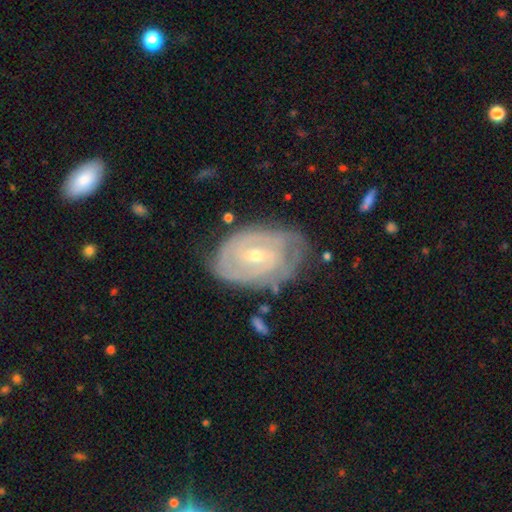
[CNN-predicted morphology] smooth_or_featured: featured or disk (p=0.84) [alt: smooth p=0.11]
disk_edge_on: no (p=0.96) [alt: yes p=0.04]
bar: weak (p=0.53) [alt: no p=0.30]
has_spiral_arms: yes (p=0.92) [alt: no p=0.08]
spiral_winding: tight (p=0.73) [alt: medium p=0.22]
spiral_arm_count: 2 (p=0.37) [alt: can't tell p=0.36]
bulge_size: small (p=0.55) [alt: moderate p=0.42]
merging: none (p=0.66) [alt: minor disturbance p=0.24]